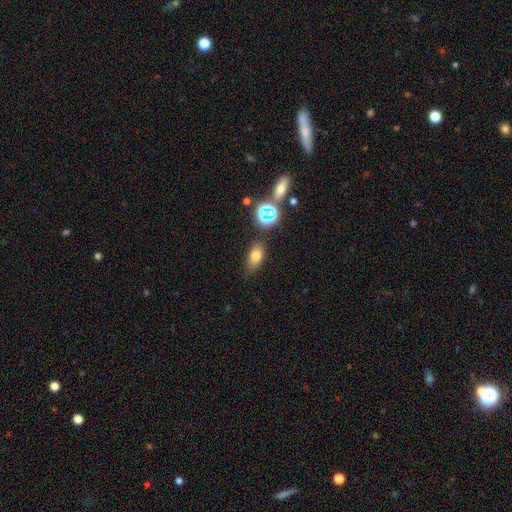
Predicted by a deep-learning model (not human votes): Q: Smooth or featured?
A: smooth (72%); runner-up: star or artifact (17%)
Q: How rounded?
A: in between (81%); runner-up: round (14%)
Q: Merging?
A: none (75%); runner-up: minor disturbance (15%)